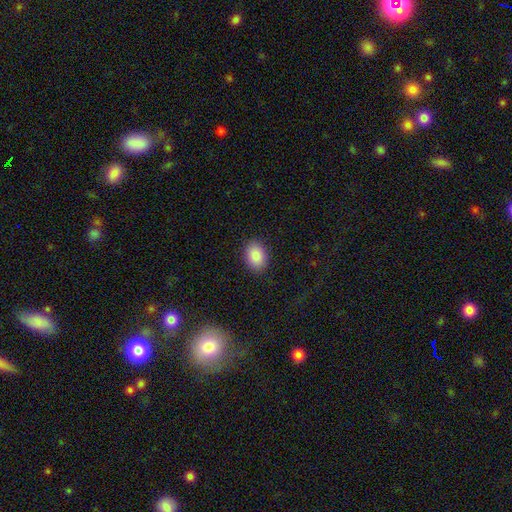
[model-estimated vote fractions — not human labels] Smooth or featured?
  - smooth: 88% *
  - star or artifact: 7%
  - featured or disk: 5%
How rounded?
  - in between: 78% *
  - round: 21%
  - cigar-shaped: 1%
Merging?
  - none: 88% *
  - minor disturbance: 8%
  - major disturbance: 2%
  - merger: 1%